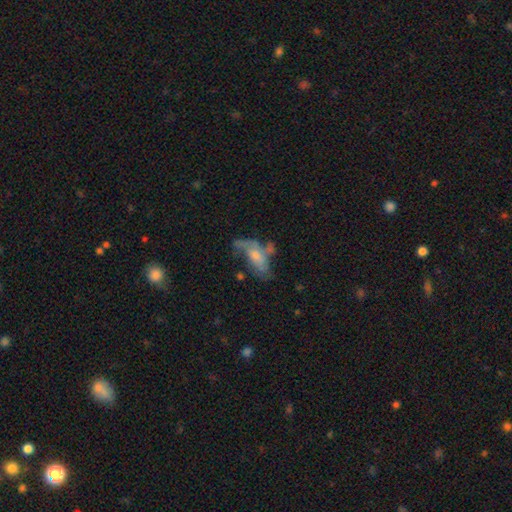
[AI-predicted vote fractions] A featured or disk galaxy (60%) with no bar (71%), spiral arms (63%) and a small central bulge (49%).

Vote fractions:
- Smooth or featured? featured or disk: 60% / smooth: 30% / star or artifact: 10%
- Edge-on disk? no: 89% / yes: 11%
- Bar? no: 71% / weak: 23% / strong: 6%
- Spiral arms? yes: 63% / no: 37%
- Bulge size? small: 49% / moderate: 39% / none: 7% / large: 3% / dominant: 1%
- Merging? none: 32% / major disturbance: 31% / minor disturbance: 22% / merger: 15%